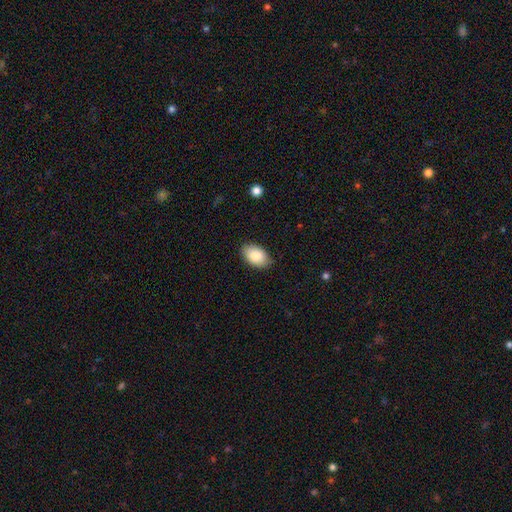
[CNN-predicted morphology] smooth-or-featured: smooth: 85% | featured or disk: 9% | star or artifact: 6%
  how-rounded: in between: 91% | round: 7% | cigar-shaped: 1%
  merging: none: 84% | minor disturbance: 13% | major disturbance: 2% | merger: 1%